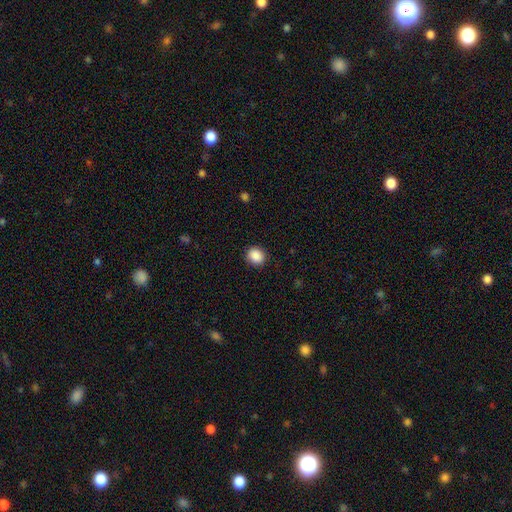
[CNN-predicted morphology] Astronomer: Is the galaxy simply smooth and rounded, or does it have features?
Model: smooth — 89%.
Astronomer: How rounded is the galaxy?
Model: round — 78%.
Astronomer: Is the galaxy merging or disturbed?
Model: none — 89%.